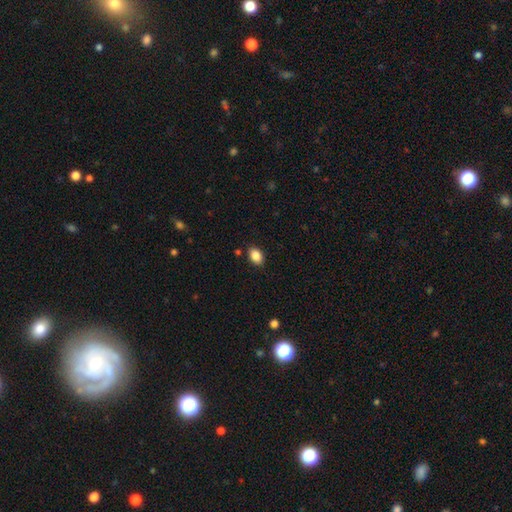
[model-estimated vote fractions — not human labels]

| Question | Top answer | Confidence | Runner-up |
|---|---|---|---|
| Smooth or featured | smooth | 88% | star or artifact (8%) |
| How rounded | in between | 83% | round (16%) |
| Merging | none | 87% | minor disturbance (9%) |